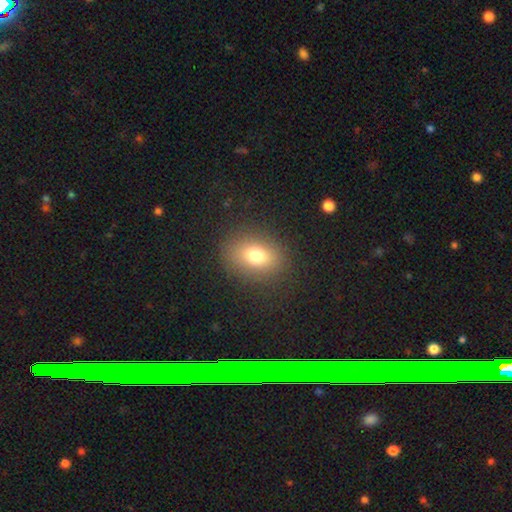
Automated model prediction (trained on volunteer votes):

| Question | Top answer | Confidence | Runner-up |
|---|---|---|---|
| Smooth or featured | smooth | 75% | star or artifact (14%) |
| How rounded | in between | 57% | round (42%) |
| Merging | none | 85% | minor disturbance (9%) |